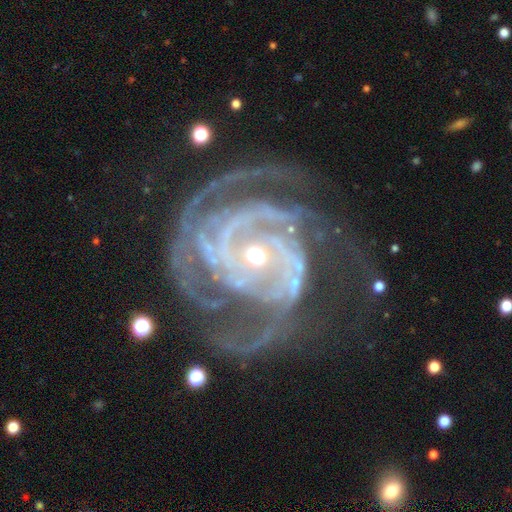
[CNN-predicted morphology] This is clearly a featured or disk galaxy (92%). It is clearly not viewed edge-on (98%). Bar: likely no (62%). Spiral arm pattern: clearly yes (98%). Spiral arm count: marginally 3 (29%). Spiral winding: likely tight (69%). Central bulge: possibly small (58%). Merging: possibly none (57%).